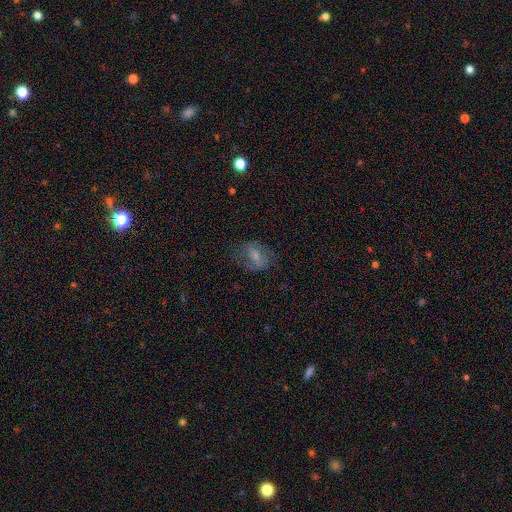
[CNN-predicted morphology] type=featured or disk (56%); edge-on=no (94%); bar=weak (46%); spiral arms=yes (72%); bulge=moderate (45%); merging=none (65%).